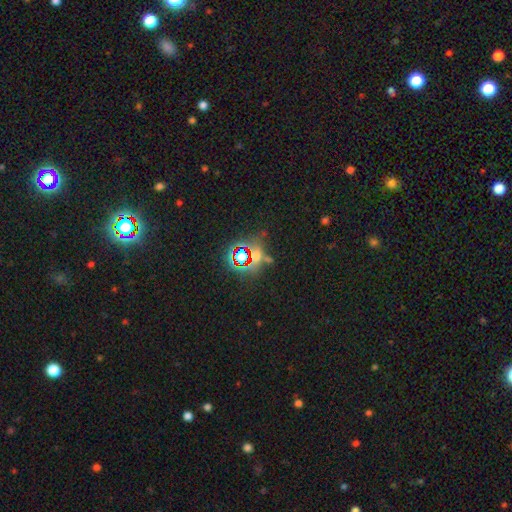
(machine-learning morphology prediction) Smooth or featured?
  - star or artifact: 65% *
  - smooth: 23%
  - featured or disk: 12%